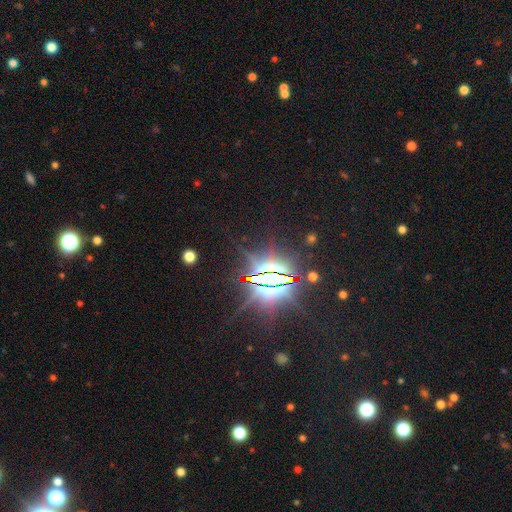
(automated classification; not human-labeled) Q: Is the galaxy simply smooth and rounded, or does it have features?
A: star or artifact — 85%.